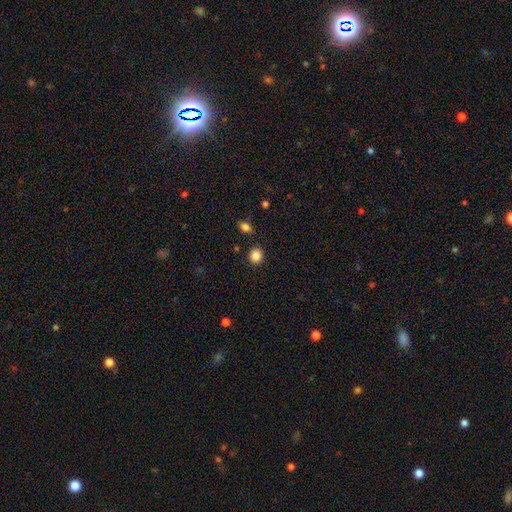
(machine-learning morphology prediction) Smooth or featured? smooth (86%)
How rounded? round (83%)
Merging? none (87%)